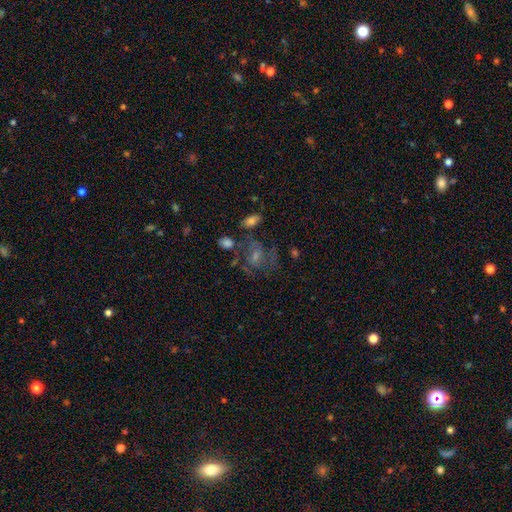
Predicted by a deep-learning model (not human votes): Smooth or featured? Predicted: featured or disk (p=0.57). Edge-on disk? Predicted: no (p=0.96). Bar? Predicted: no (p=0.55). Spiral arms? Predicted: yes (p=0.70). Bulge size? Predicted: small (p=0.42). Merging? Predicted: none (p=0.54).